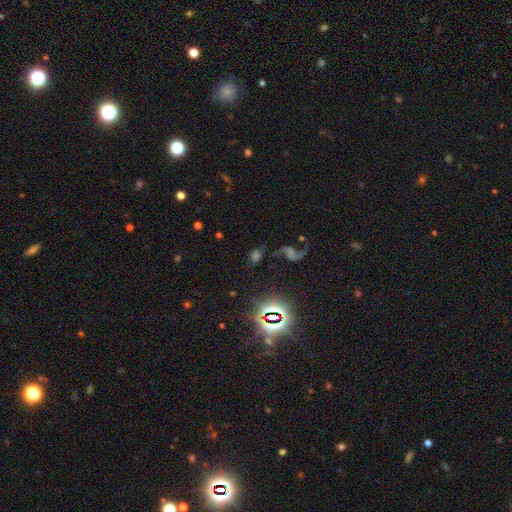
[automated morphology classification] smooth-or-featured: star or artifact: 41% | featured or disk: 39% | smooth: 21%